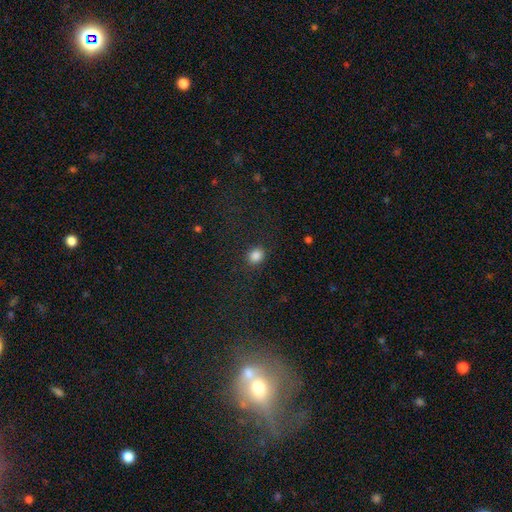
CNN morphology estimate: A smooth galaxy with no disk features (86%) that is round (63%). Merging: none (88%).